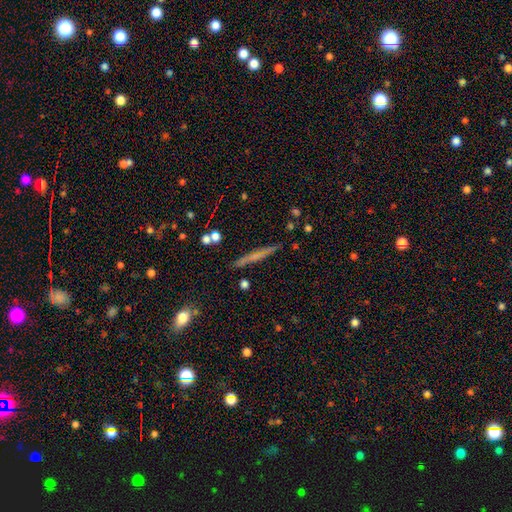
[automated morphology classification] type=featured or disk (48%); merging=none (87%).